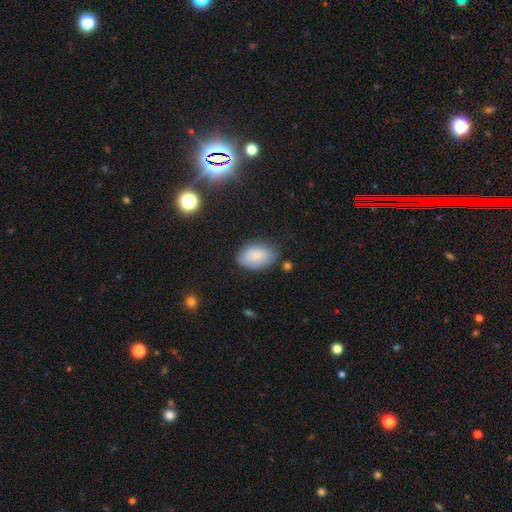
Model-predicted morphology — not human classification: Smooth or featured: smooth — 79% (featured or disk — 13%)
How rounded: in between — 92% (round — 7%)
Merging: none — 73% (minor disturbance — 20%)